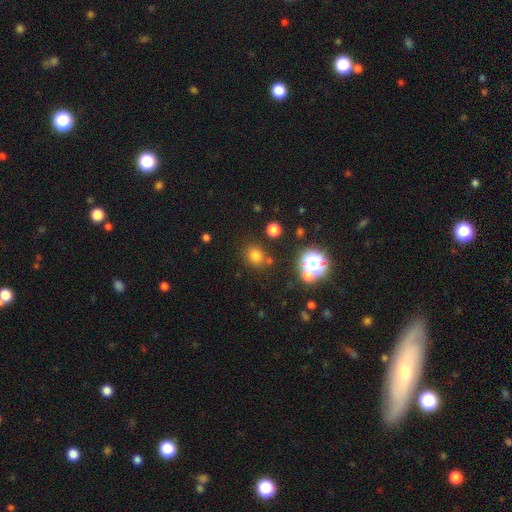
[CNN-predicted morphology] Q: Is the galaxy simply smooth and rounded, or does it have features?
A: smooth — 72%.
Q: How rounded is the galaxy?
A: round — 79%.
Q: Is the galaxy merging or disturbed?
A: none — 78%.